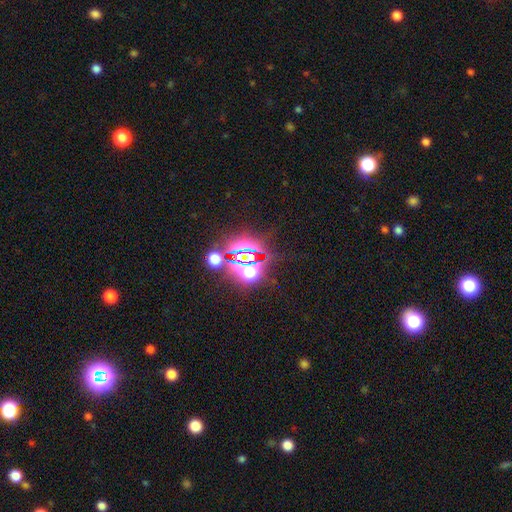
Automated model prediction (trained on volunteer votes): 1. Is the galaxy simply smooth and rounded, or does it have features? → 81% star or artifact, 12% smooth, 7% featured or disk.